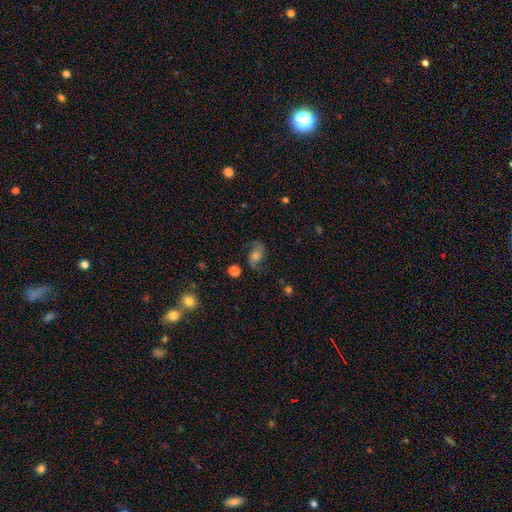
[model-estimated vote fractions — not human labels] This appears to be a featured or disk galaxy (75%) with no bar (67%), 2 (91%) loose (54%) spiral arms (95%) and a moderate central bulge (52%). Merging: none (74%).